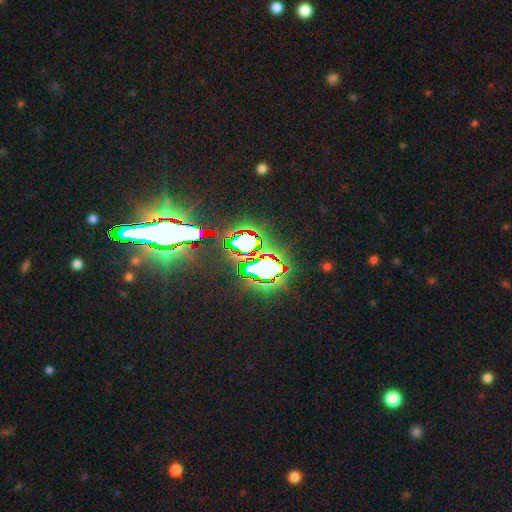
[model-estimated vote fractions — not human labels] smooth_or_featured: star or artifact (p=0.84) [alt: smooth p=0.08]